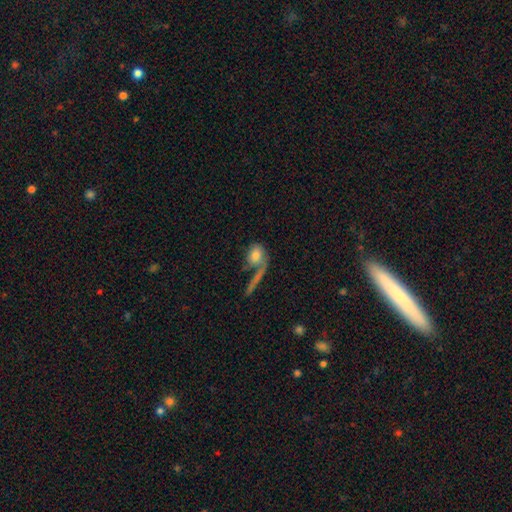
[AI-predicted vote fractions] Morphology: type=smooth (66%); roundness=in between (57%); merging=none (38%).